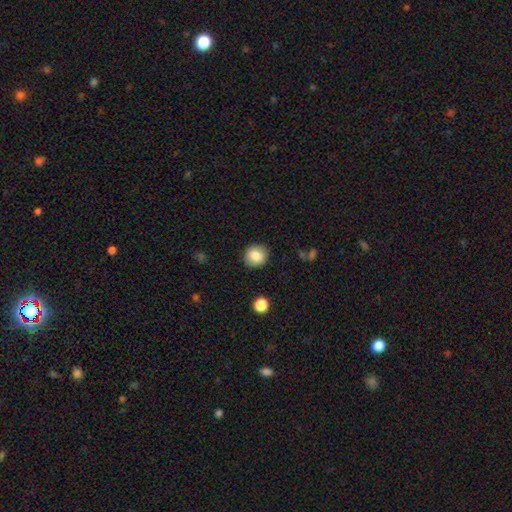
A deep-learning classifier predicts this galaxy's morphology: A smooth galaxy with no disk features (85%) that is round (89%).

Vote fractions:
- Smooth or featured? smooth: 85% / star or artifact: 8% / featured or disk: 7%
- How rounded? round: 89% / in between: 11% / cigar-shaped: 1%
- Merging? none: 88% / minor disturbance: 8% / major disturbance: 2% / merger: 1%